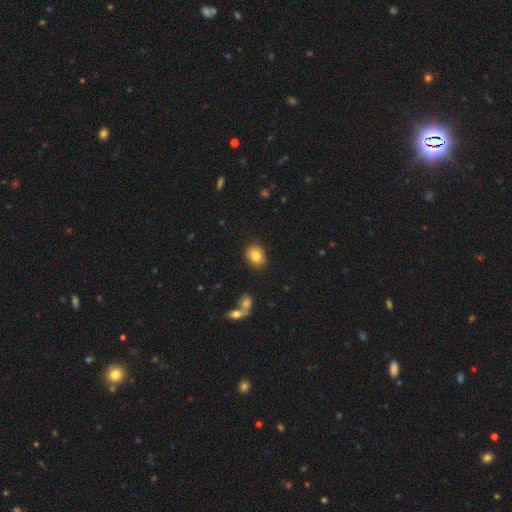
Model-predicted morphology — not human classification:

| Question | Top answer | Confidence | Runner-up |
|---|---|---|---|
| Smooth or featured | smooth | 82% | featured or disk (9%) |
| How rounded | round | 58% | in between (41%) |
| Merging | none | 81% | minor disturbance (13%) |